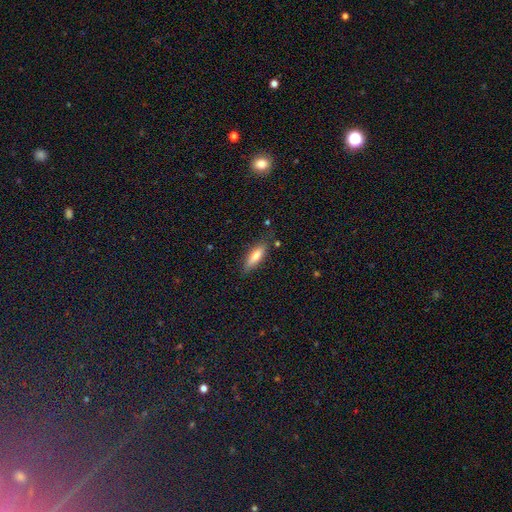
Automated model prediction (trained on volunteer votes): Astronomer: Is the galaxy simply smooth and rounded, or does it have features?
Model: smooth — 68%.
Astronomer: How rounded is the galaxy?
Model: cigar-shaped — 52% (runner-up: in between, 45%).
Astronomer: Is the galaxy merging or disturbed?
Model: none — 77%.